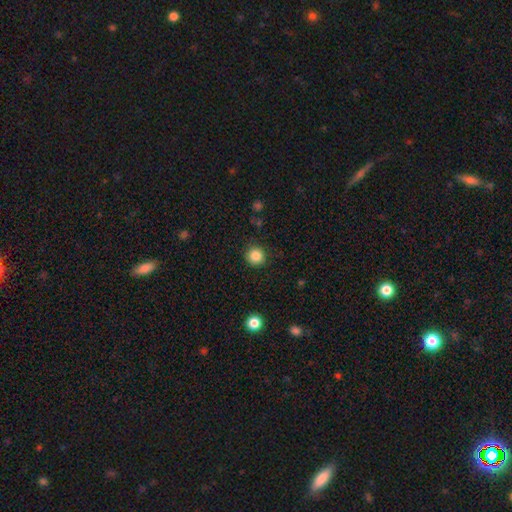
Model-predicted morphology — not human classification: Smooth or featured? smooth (85%)
How rounded? round (94%)
Merging? none (90%)